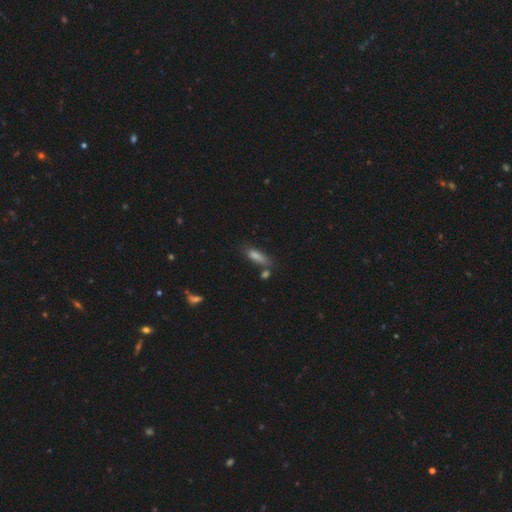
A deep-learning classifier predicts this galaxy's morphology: Smooth or featured? Predicted: smooth (p=0.73). How rounded? Predicted: in between (p=0.51). Merging? Predicted: none (p=0.63).